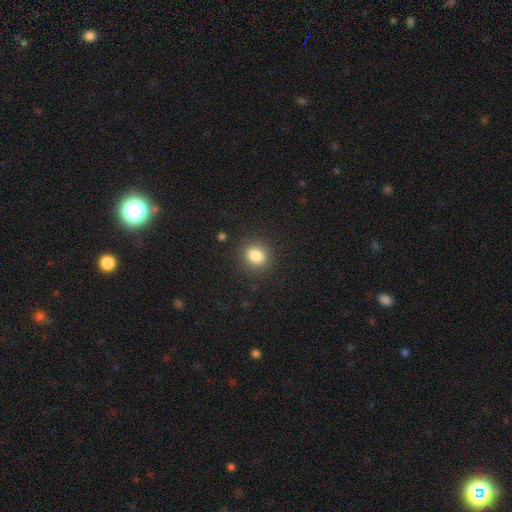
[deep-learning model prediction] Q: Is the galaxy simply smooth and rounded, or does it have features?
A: smooth — 84%.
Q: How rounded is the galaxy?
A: round — 74%.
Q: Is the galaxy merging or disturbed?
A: none — 89%.